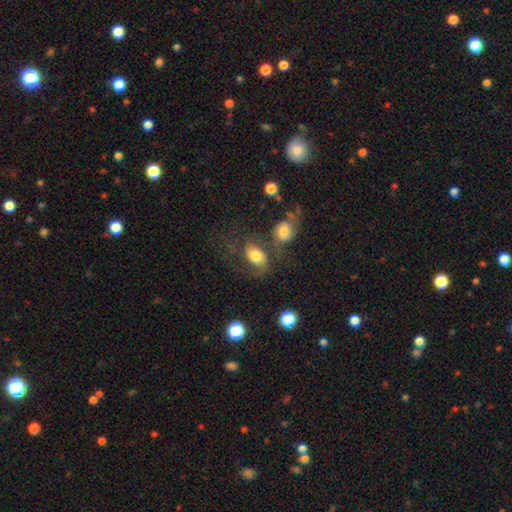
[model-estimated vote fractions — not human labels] Smooth or featured: smooth — 51% (featured or disk — 39%)
How rounded: in between — 74% (round — 25%)
Merging: none — 36% (merger — 32%)